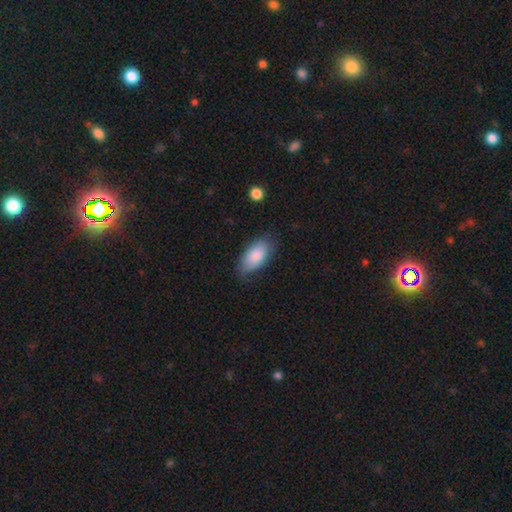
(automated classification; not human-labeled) Smooth or featured?
  - smooth: 84% *
  - featured or disk: 10%
  - star or artifact: 6%
How rounded?
  - in between: 93% *
  - cigar-shaped: 4%
  - round: 3%
Merging?
  - none: 67% *
  - minor disturbance: 26%
  - major disturbance: 6%
  - merger: 2%